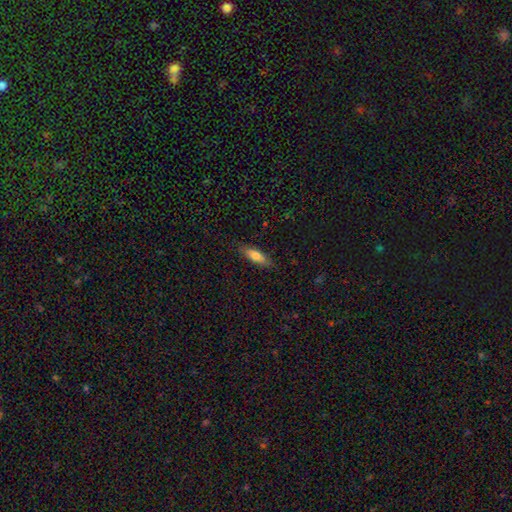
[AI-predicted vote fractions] A smooth galaxy with no disk features (68%) that is in between round and cigar-shaped (56%). Merging: none (82%).